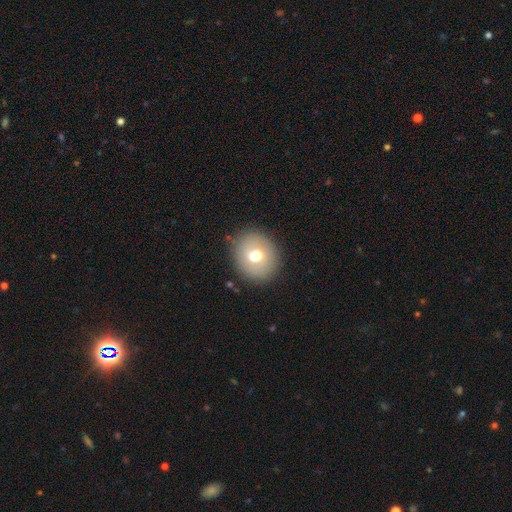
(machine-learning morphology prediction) Smooth or featured: smooth — 67% (featured or disk — 23%)
How rounded: round — 71% (in between — 28%)
Merging: none — 85% (minor disturbance — 10%)